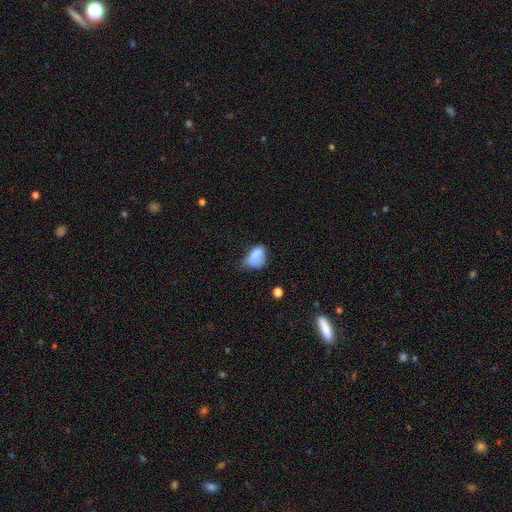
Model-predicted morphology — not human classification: This appears to be a smooth galaxy with no disk features (76%) that is in between round and cigar-shaped (84%). Merging: minor disturbance (39%).